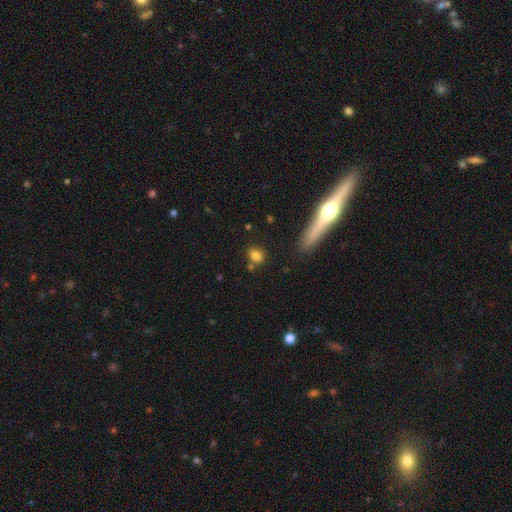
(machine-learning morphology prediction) Smooth or featured? Predicted: smooth (p=0.80). How rounded? Predicted: round (p=0.51). Merging? Predicted: none (p=0.74).